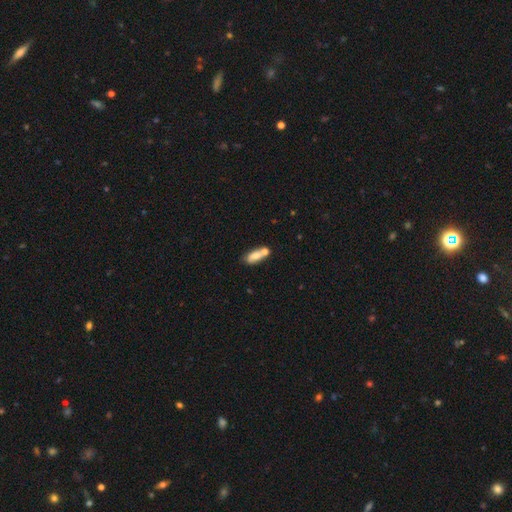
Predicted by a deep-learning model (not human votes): smooth 71%, featured or disk 21%, star or artifact 8%. Down the decision tree: how rounded — in between (74%); merging — none (40%).